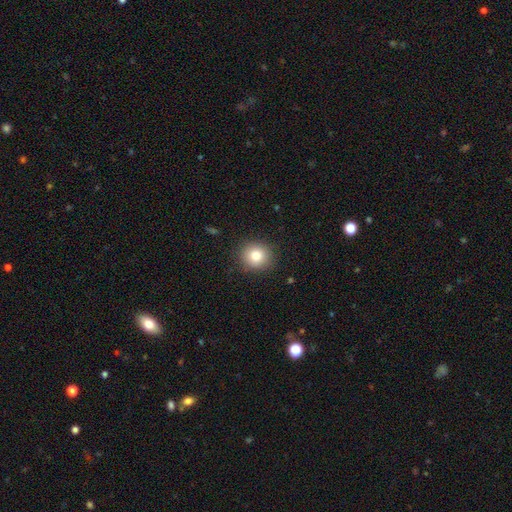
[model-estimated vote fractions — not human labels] Smooth or featured? Predicted: smooth (p=0.81). How rounded? Predicted: round (p=0.86). Merging? Predicted: none (p=0.89).